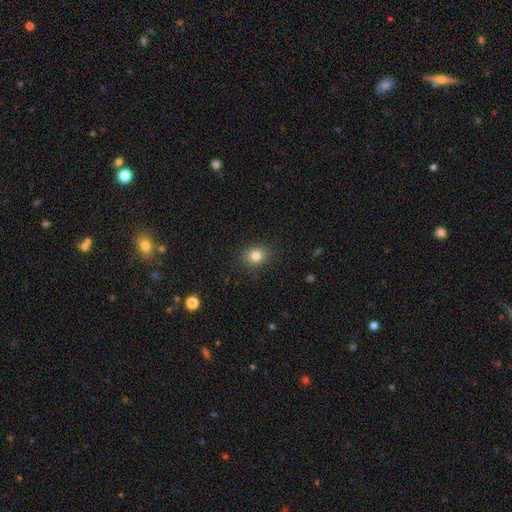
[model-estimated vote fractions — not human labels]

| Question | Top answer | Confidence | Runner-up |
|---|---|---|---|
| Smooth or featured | smooth | 81% | star or artifact (12%) |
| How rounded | round | 64% | in between (35%) |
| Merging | none | 89% | minor disturbance (8%) |